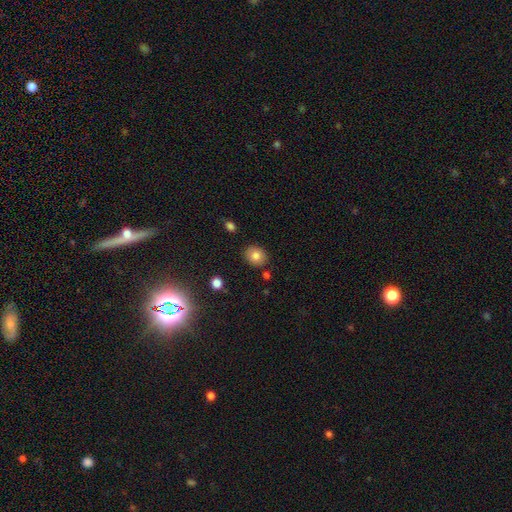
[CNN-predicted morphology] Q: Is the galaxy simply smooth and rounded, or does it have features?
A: smooth — 81%.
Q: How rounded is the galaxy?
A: round — 62%.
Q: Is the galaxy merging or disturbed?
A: none — 86%.